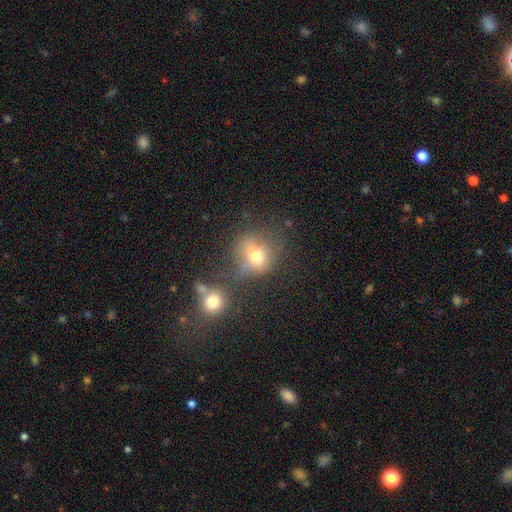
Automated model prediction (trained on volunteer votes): This is likely a smooth galaxy (65%). How rounded: likely round (70%). Merging: possibly none (47%).